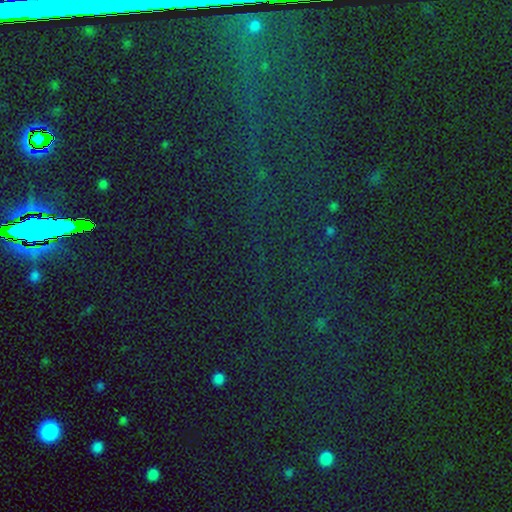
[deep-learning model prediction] This appears to be a star or artifact, not a galaxy (81%).